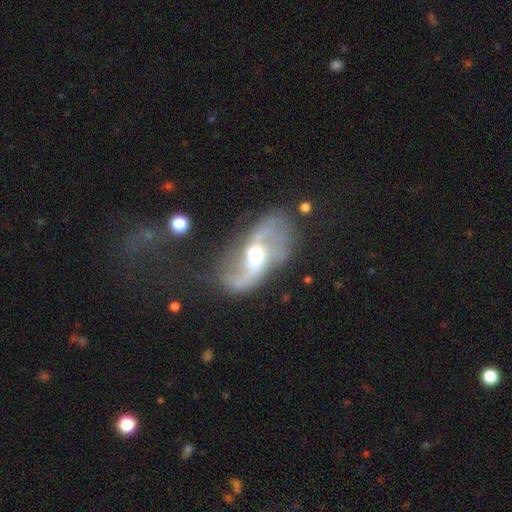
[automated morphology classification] smooth_or_featured: featured or disk (p=0.85) [alt: smooth p=0.09]
disk_edge_on: no (p=0.96) [alt: yes p=0.04]
bar: weak (p=0.47) [alt: no p=0.31]
has_spiral_arms: yes (p=0.93) [alt: no p=0.07]
spiral_winding: loose (p=0.70) [alt: medium p=0.24]
spiral_arm_count: 2 (p=0.88) [alt: can't tell p=0.04]
bulge_size: moderate (p=0.64) [alt: large p=0.21]
merging: none (p=0.60) [alt: minor disturbance p=0.19]